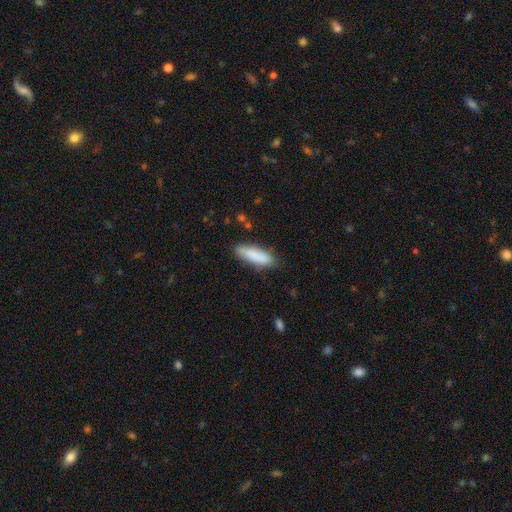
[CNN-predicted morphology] Overall: smooth (86%). How rounded: in between (51%; cigar-shaped 48%). Merging: none (81%).